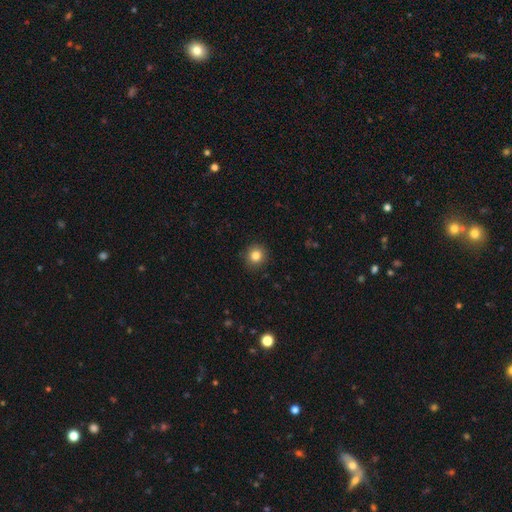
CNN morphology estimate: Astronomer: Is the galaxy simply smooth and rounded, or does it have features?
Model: smooth — 84%.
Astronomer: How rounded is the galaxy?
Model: round — 92%.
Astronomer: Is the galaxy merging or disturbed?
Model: none — 91%.